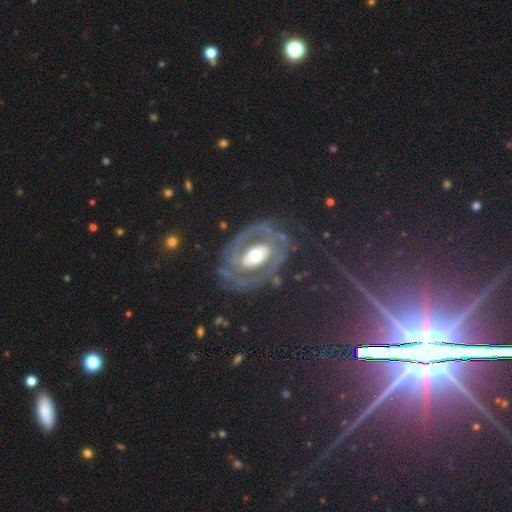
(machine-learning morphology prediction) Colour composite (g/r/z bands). It shows a featured or disk galaxy (82%) with no bar (59%), 2 (56%) tight (46%) spiral arms (75%) and a moderate central bulge (62%). Merging: none (62%).